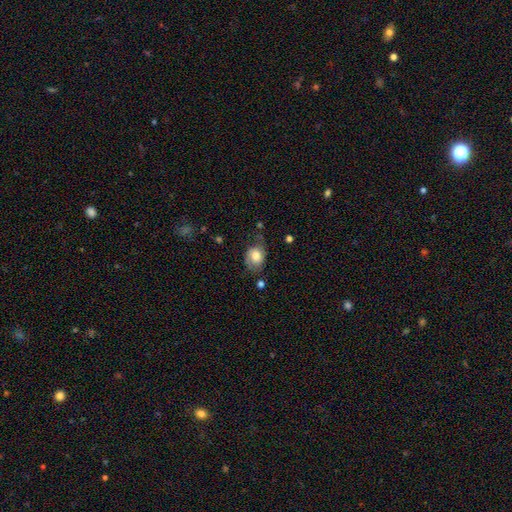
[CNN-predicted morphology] type=smooth (64%); roundness=in between (62%); merging=none (49%).